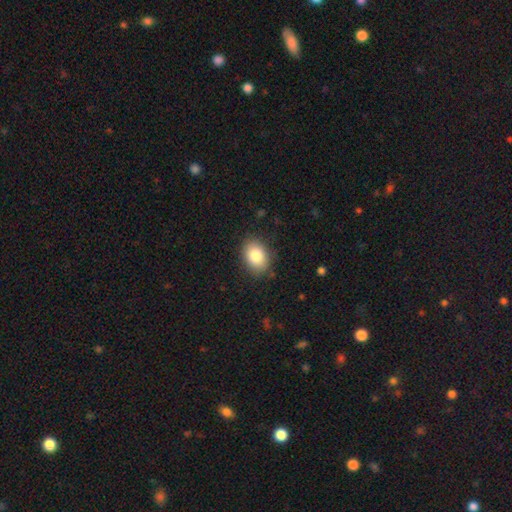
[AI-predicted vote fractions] smooth_or_featured: smooth (p=0.83) [alt: featured or disk p=0.09]
how_rounded: in between (p=0.74) [alt: round p=0.25]
merging: none (p=0.86) [alt: minor disturbance p=0.11]